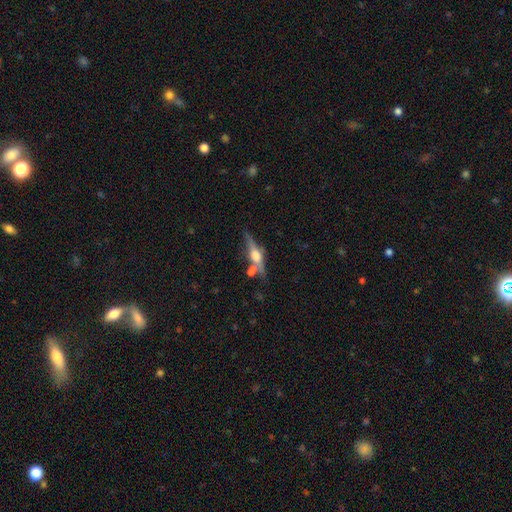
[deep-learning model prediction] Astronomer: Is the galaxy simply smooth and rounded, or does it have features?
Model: featured or disk — 75%.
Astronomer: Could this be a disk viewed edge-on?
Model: yes — 95%.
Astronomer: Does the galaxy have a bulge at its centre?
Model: rounded — 92%.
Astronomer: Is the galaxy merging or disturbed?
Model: none — 66%.